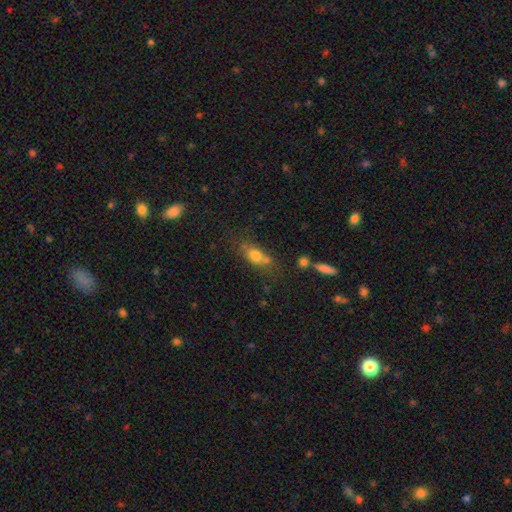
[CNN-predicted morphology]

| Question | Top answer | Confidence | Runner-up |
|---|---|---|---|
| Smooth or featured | smooth | 71% | featured or disk (17%) |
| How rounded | in between | 64% | round (23%) |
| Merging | none | 48% | merger (25%) |